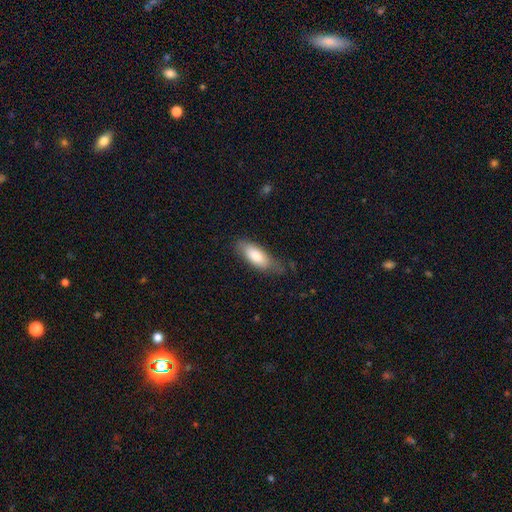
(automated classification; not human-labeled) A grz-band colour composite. It shows a smooth galaxy with no disk features (78%) that is in between round and cigar-shaped (73%). Merging: none (66%).